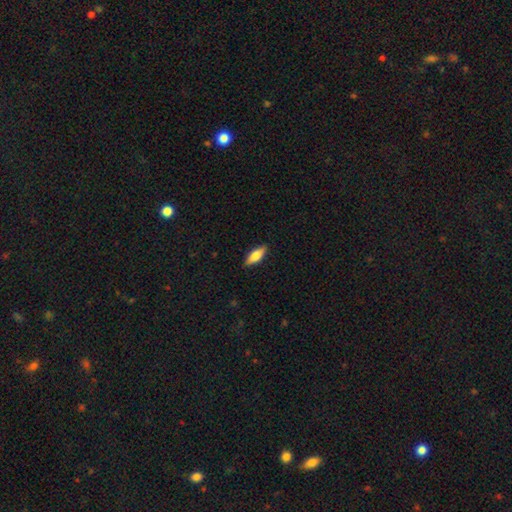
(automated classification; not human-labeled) smooth-or-featured: smooth: 69% | featured or disk: 25% | star or artifact: 6%
  how-rounded: in between: 66% | cigar-shaped: 31% | round: 3%
  merging: none: 87% | minor disturbance: 10% | major disturbance: 2% | merger: 1%